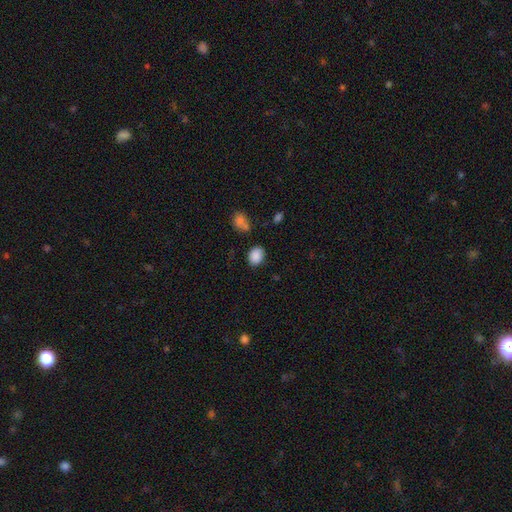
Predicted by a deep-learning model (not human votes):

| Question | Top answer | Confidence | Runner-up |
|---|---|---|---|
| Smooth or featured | smooth | 88% | star or artifact (9%) |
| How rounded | in between | 63% | round (36%) |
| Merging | none | 80% | minor disturbance (13%) |